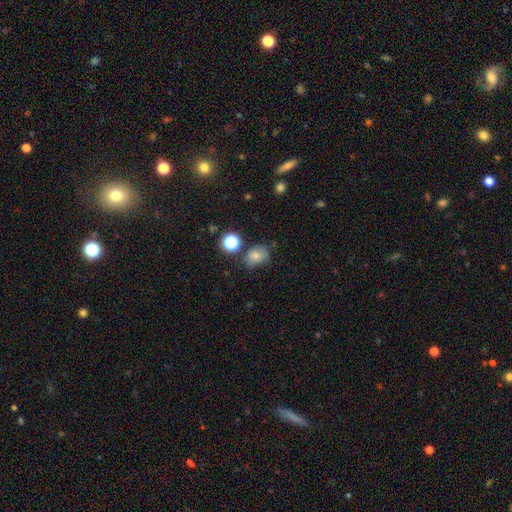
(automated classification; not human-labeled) Smooth or featured: smooth — 72% (star or artifact — 16%)
How rounded: in between — 52% (round — 47%)
Merging: none — 56% (minor disturbance — 28%)